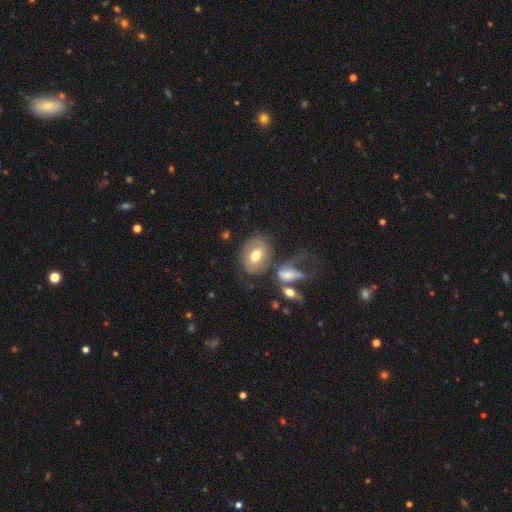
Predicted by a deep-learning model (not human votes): Smooth or featured?
  - smooth: 50% *
  - featured or disk: 42%
  - star or artifact: 8%
How rounded?
  - in between: 64% *
  - round: 35%
  - cigar-shaped: 1%
Merging?
  - none: 59% *
  - minor disturbance: 17%
  - merger: 13%
  - major disturbance: 11%